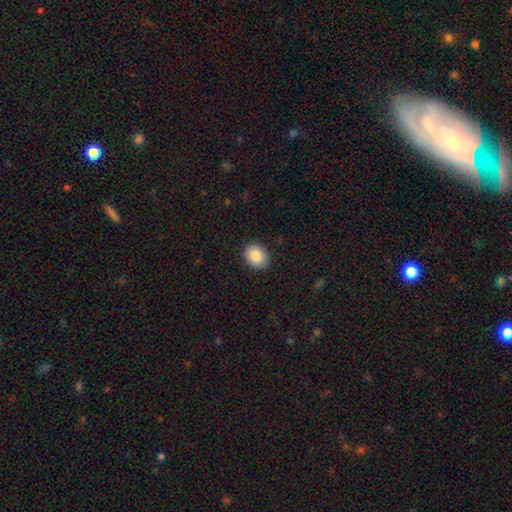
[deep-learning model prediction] Morphology: type=smooth (88%); roundness=in between (56%); merging=none (89%).